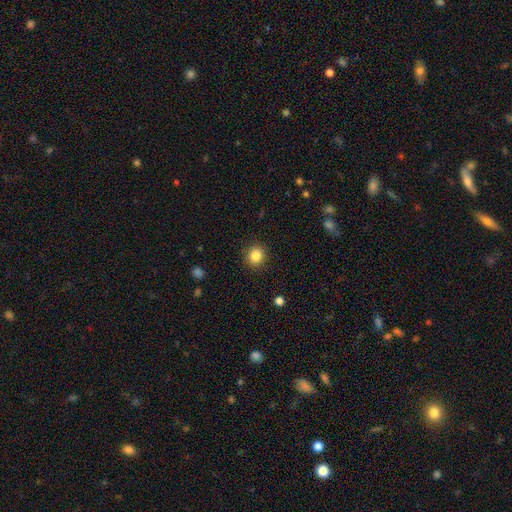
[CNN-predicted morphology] A smooth galaxy with no disk features (84%) that is round (90%).

Vote fractions:
- Smooth or featured? smooth: 84% / star or artifact: 11% / featured or disk: 5%
- How rounded? round: 90% / in between: 9% / cigar-shaped: 1%
- Merging? none: 91% / minor disturbance: 6% / major disturbance: 2% / merger: 1%